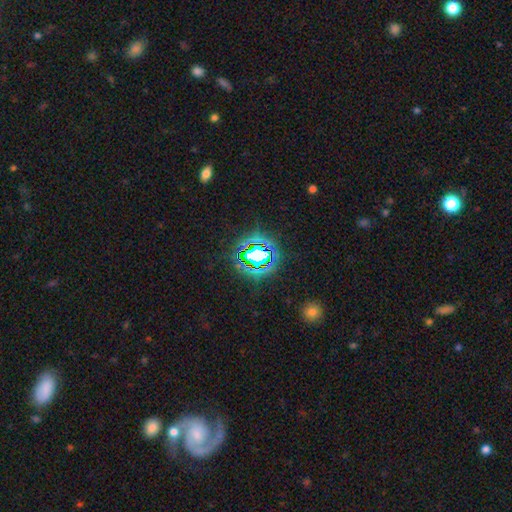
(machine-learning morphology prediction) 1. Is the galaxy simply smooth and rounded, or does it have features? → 74% star or artifact, 15% smooth, 11% featured or disk.